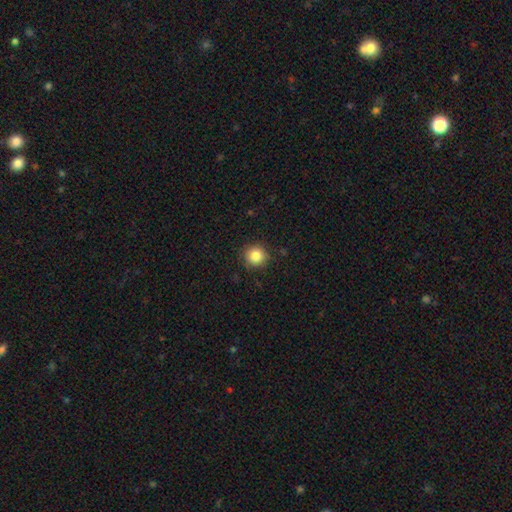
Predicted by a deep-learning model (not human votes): This is clearly a smooth galaxy (84%). How rounded: clearly round (93%). Merging: clearly none (89%).